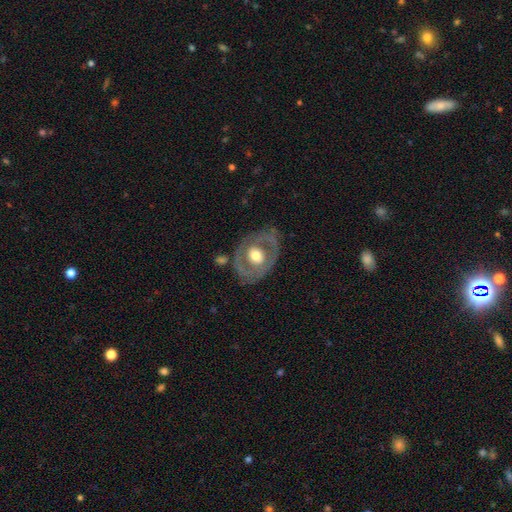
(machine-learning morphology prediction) The model was most divided on "smooth or featured": featured or disk: 64%, smooth: 31%, star or artifact: 5%. More confident: edge-on disk — no (94%); bar — no (77%); merging — none (72%); spiral arms — no (71%); bulge size — moderate (63%).